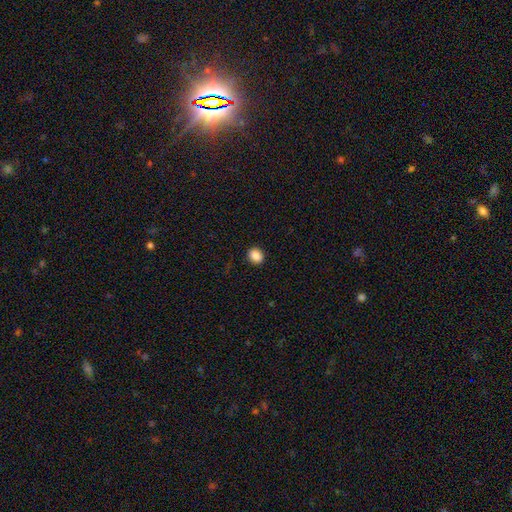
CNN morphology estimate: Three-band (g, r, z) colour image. It shows a smooth galaxy with no disk features (88%) that is round (62%). Merging: none (91%).